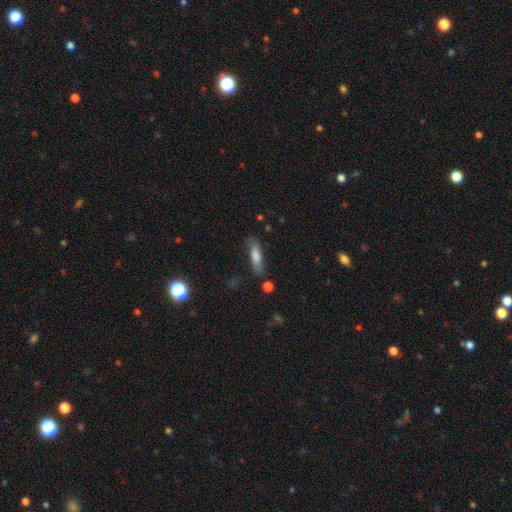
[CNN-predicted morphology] This appears to be a smooth galaxy with no disk features (73%) that is cigar-shaped (65%). Merging: none (74%).